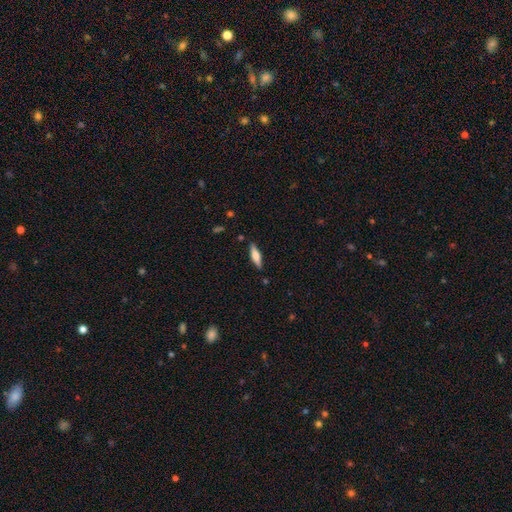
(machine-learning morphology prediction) Smooth or featured?
  - smooth: 53% *
  - featured or disk: 41%
  - star or artifact: 6%
How rounded?
  - cigar-shaped: 64% *
  - in between: 34%
  - round: 2%
Merging?
  - none: 87% *
  - minor disturbance: 10%
  - major disturbance: 2%
  - merger: 2%